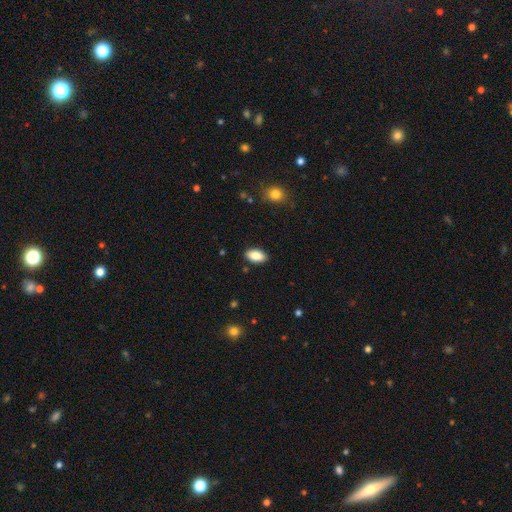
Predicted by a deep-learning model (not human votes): Smooth or featured?
  - smooth: 86% *
  - star or artifact: 7%
  - featured or disk: 7%
How rounded?
  - in between: 93% *
  - round: 4%
  - cigar-shaped: 3%
Merging?
  - none: 89% *
  - minor disturbance: 8%
  - major disturbance: 2%
  - merger: 1%